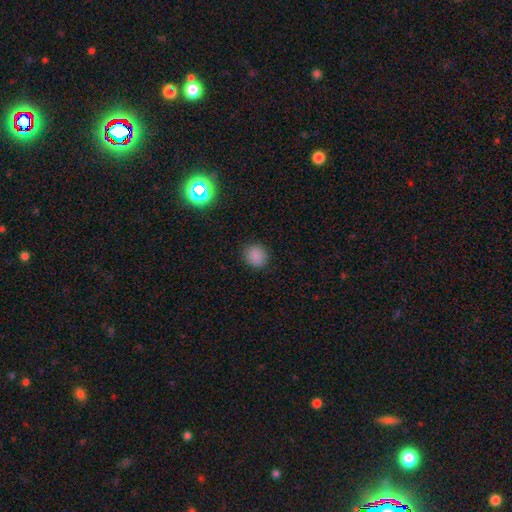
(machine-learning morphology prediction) type=smooth (86%); roundness=round (80%); merging=none (88%).